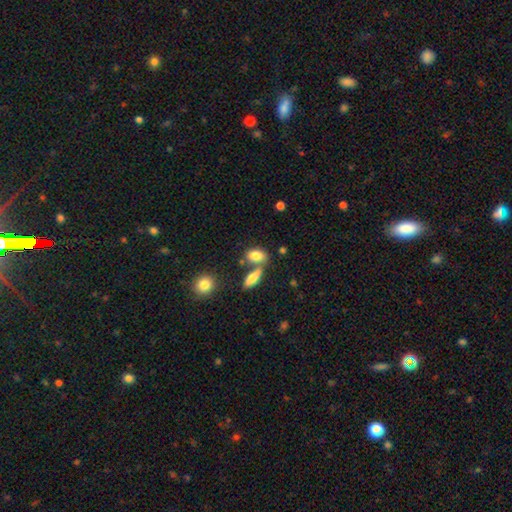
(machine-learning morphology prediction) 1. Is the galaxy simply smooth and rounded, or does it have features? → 81% smooth, 11% featured or disk, 8% star or artifact.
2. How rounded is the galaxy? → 84% in between, 9% round, 6% cigar-shaped.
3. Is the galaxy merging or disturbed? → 51% none, 34% merger, 11% minor disturbance, 4% major disturbance.